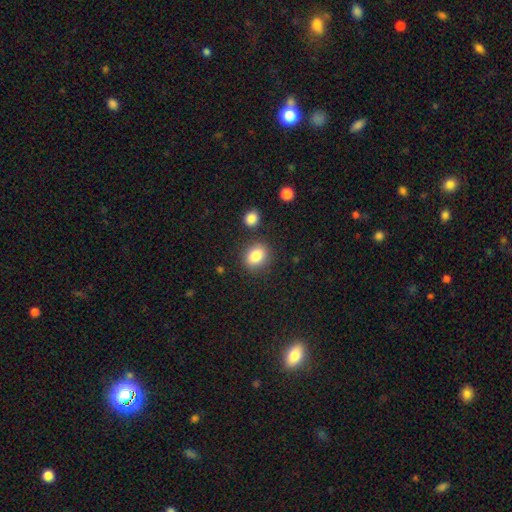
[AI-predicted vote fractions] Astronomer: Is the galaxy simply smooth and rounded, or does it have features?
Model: smooth — 85%.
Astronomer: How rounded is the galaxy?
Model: in between — 53% (runner-up: round, 46%).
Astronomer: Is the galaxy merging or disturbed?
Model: none — 81%.